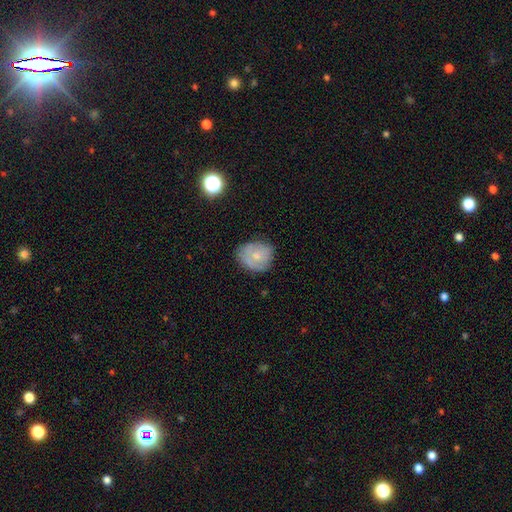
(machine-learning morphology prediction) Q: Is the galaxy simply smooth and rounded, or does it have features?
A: smooth — 55%.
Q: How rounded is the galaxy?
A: round — 70%.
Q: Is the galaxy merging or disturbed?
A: none — 66%.